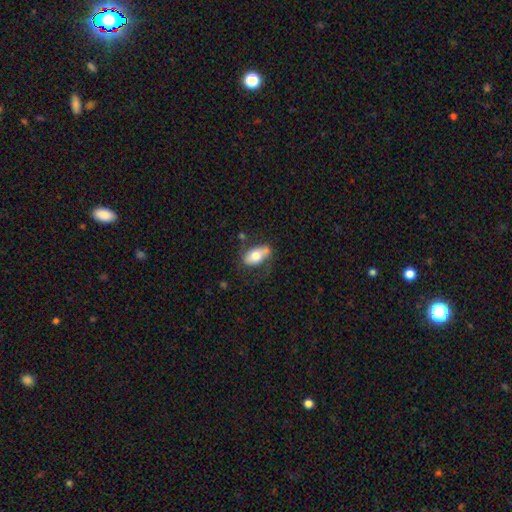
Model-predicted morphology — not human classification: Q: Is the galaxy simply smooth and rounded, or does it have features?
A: smooth — 66%.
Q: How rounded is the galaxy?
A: in between — 89%.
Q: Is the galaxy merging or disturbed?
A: none — 58%.